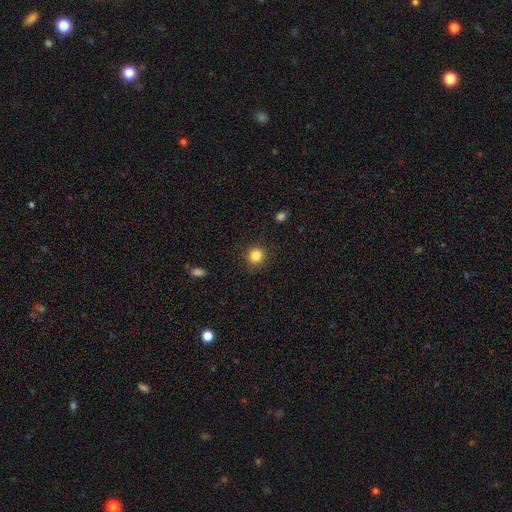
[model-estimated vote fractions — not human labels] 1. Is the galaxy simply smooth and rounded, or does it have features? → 84% smooth, 11% star or artifact, 5% featured or disk.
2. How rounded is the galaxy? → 92% round, 7% in between, 1% cigar-shaped.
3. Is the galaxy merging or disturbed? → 89% none, 7% minor disturbance, 2% major disturbance, 1% merger.